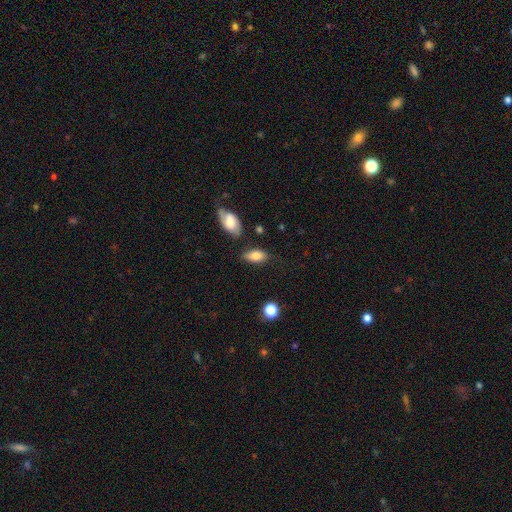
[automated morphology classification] Overall: smooth (79%). How rounded: in between (89%). Merging: none (68%).